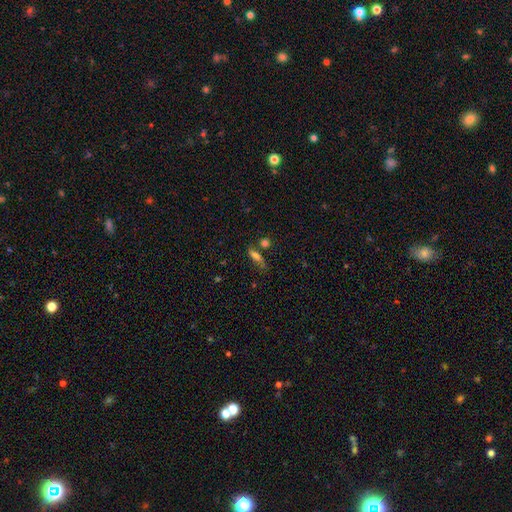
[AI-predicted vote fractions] A smooth galaxy with no disk features (67%) that is cigar-shaped (53%). Merging: none (52%).